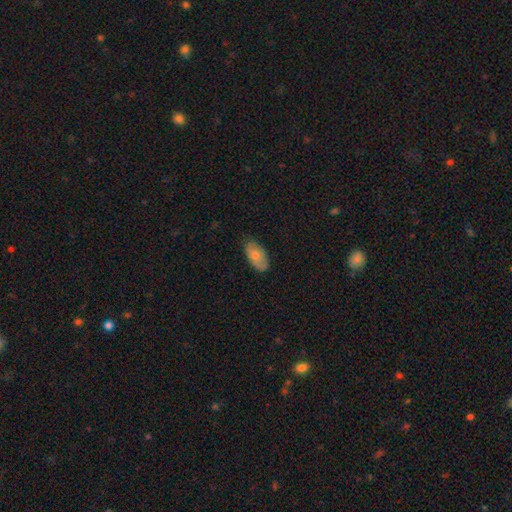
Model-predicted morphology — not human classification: Q: Smooth or featured?
A: smooth (74%); runner-up: featured or disk (20%)
Q: How rounded?
A: in between (93%); runner-up: cigar-shaped (4%)
Q: Merging?
A: none (71%); runner-up: minor disturbance (24%)